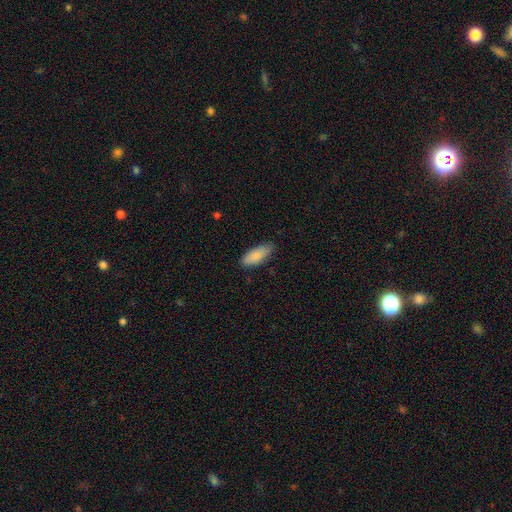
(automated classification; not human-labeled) smooth-or-featured: smooth: 87% | featured or disk: 7% | star or artifact: 6%
  how-rounded: in between: 76% | cigar-shaped: 22% | round: 2%
  merging: none: 79% | minor disturbance: 18% | major disturbance: 3% | merger: 1%